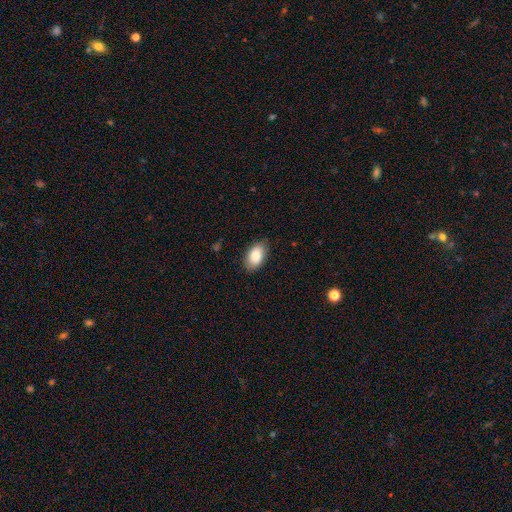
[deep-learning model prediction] A smooth galaxy with no disk features (86%) that is in between round and cigar-shaped (93%).

Vote fractions:
- Smooth or featured? smooth: 86% / featured or disk: 7% / star or artifact: 7%
- How rounded? in between: 93% / round: 6% / cigar-shaped: 1%
- Merging? none: 83% / minor disturbance: 13% / major disturbance: 3% / merger: 1%